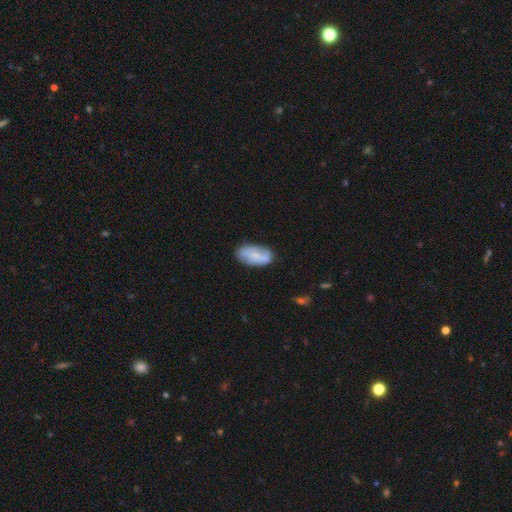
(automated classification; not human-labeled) smooth-or-featured: smooth: 59% | featured or disk: 34% | star or artifact: 7%
  how-rounded: in between: 92% | cigar-shaped: 5% | round: 3%
  merging: none: 72% | minor disturbance: 20% | major disturbance: 5% | merger: 3%